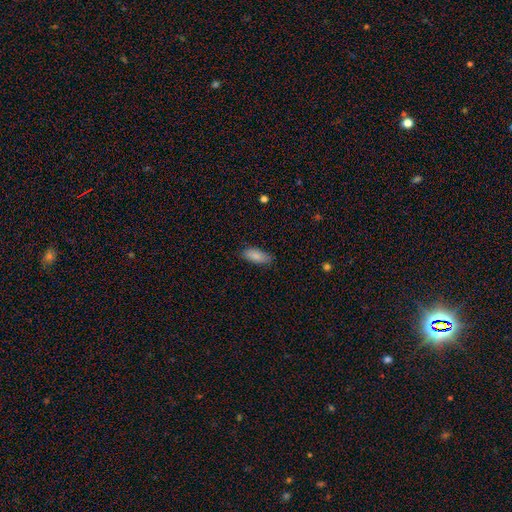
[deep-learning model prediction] Smooth or featured: smooth — 87% (star or artifact — 7%)
How rounded: in between — 79% (cigar-shaped — 19%)
Merging: none — 81% (minor disturbance — 15%)